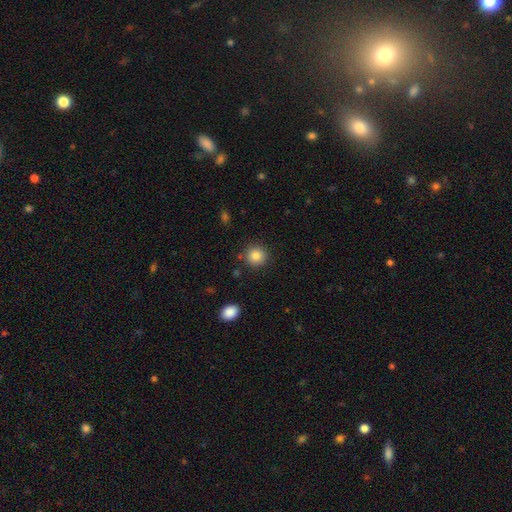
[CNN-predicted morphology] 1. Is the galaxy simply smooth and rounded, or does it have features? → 85% smooth, 10% star or artifact, 5% featured or disk.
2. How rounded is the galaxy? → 92% round, 7% in between, 1% cigar-shaped.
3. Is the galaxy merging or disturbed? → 88% none, 7% minor disturbance, 2% major disturbance, 2% merger.